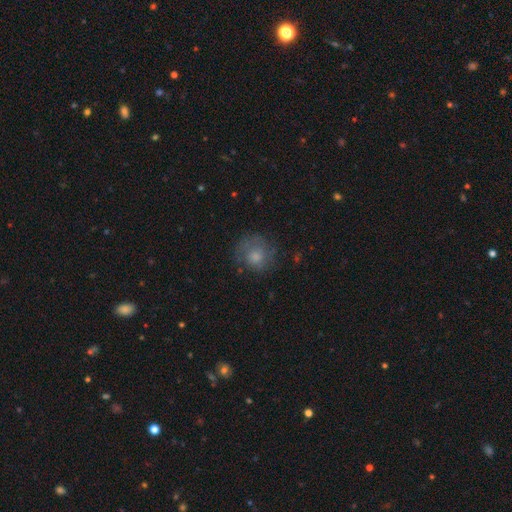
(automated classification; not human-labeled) Overall: smooth (62%; featured or disk 29%). How rounded: round (84%). Merging: none (66%).